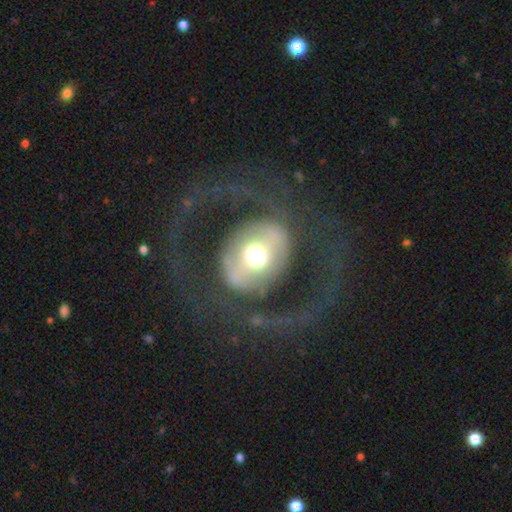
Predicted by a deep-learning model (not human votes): Overall: featured or disk (66%). Edge-on disk: no (95%). Bar: no (41%; strong 31%). Spiral arms: yes (56%; no 44%). Bulge size: moderate (64%). Merging: none (51%; major disturbance 34%).